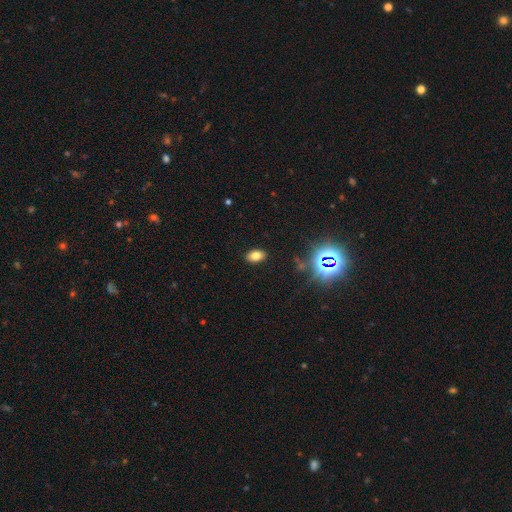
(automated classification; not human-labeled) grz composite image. It shows a smooth galaxy with no disk features (75%) that is in between round and cigar-shaped (89%). Merging: none (88%).